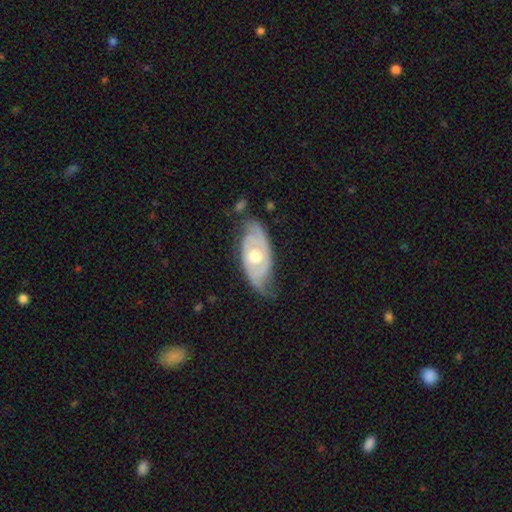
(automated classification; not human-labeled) The model was most divided on "spiral winding": tight: 52%, medium: 33%, loose: 16%. More confident: edge-on disk — no (89%); bulge size — moderate (79%); smooth or featured — featured or disk (79%); spiral arms — yes (79%); bar — no (78%); spiral arm count — 2 (72%); merging — none (63%).